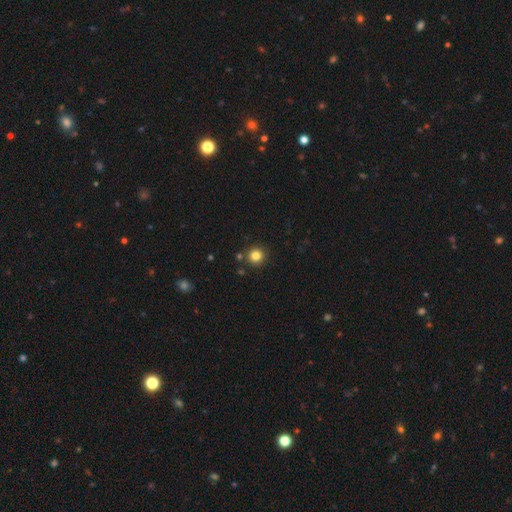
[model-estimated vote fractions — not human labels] Overall: smooth (83%). How rounded: round (94%). Merging: none (88%).